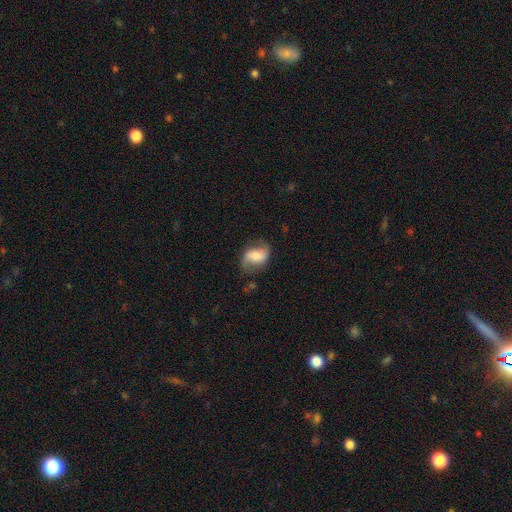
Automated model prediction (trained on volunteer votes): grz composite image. It shows a featured or disk galaxy (64%) with no bar (41%), 2 (88%) loose (55%) spiral arms (90%) and a moderate central bulge (45%). Merging: none (68%).